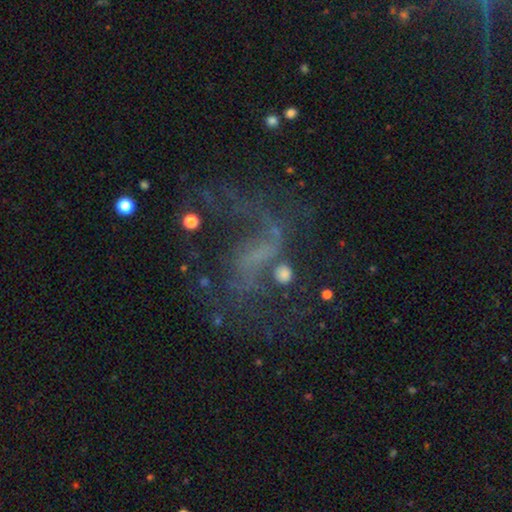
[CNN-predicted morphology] Smooth or featured? featured or disk (69%)
Edge-on disk? no (96%)
Bar? no (41%)
Spiral arms? yes (68%)
Bulge size? none (57%)
Merging? none (42%)